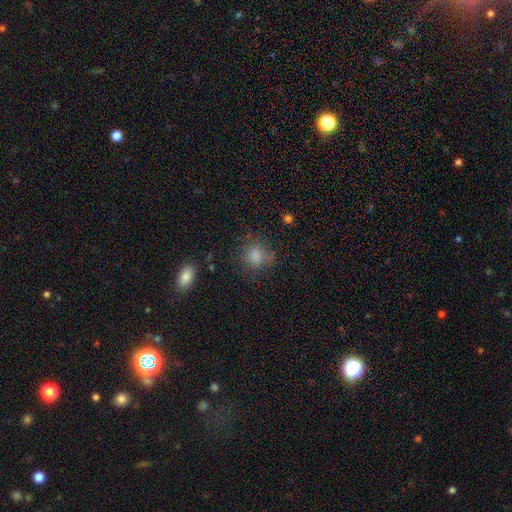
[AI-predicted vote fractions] Smooth or featured? Predicted: smooth (p=0.81). How rounded? Predicted: round (p=0.82). Merging? Predicted: none (p=0.72).